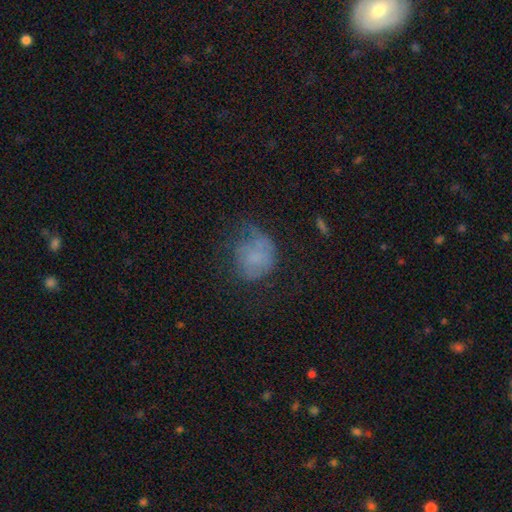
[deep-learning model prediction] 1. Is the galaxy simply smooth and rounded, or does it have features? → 56% smooth, 30% featured or disk, 13% star or artifact.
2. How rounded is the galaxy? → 63% round, 36% in between, 1% cigar-shaped.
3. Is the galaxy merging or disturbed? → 39% none, 30% major disturbance, 29% minor disturbance, 2% merger.